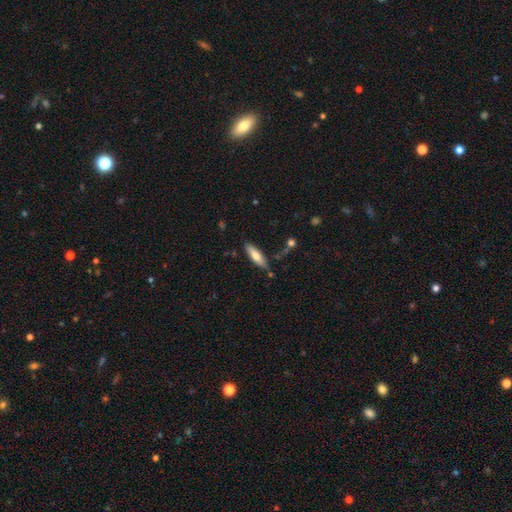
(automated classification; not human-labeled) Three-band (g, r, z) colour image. It shows a smooth galaxy with no disk features (69%) that is cigar-shaped (59%). Merging: none (77%).